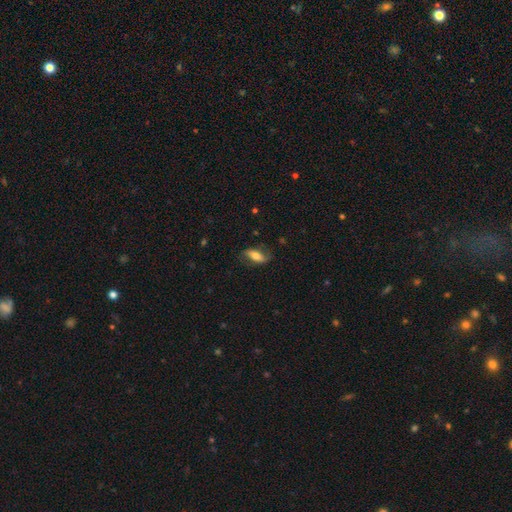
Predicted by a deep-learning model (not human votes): smooth 48%, featured or disk 45%, star or artifact 7%. Down the decision tree: merging — none (72%).